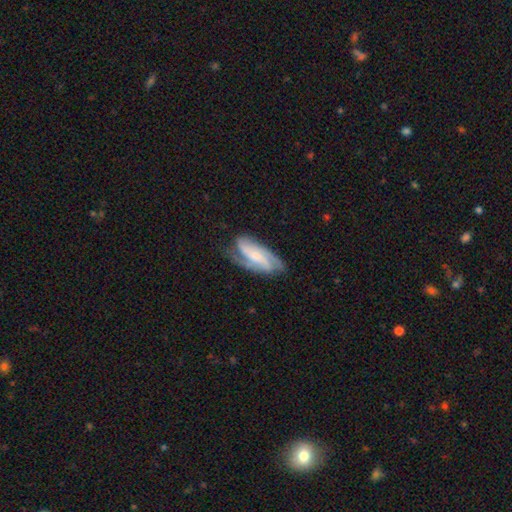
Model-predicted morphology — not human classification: featured or disk 80%, smooth 15%, star or artifact 6%. Down the decision tree: edge-on disk — no (93%); bar — no (42%); spiral arms — yes (96%); spiral arm count — 2 (55%); spiral winding — medium (46%); bulge size — small (52%); merging — none (69%).